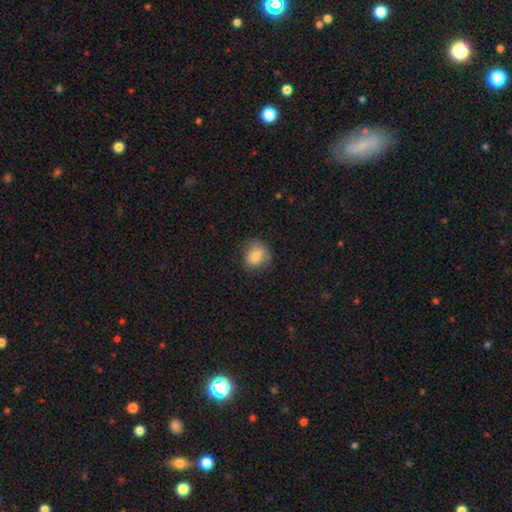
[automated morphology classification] Overall: smooth (79%). How rounded: round (67%; in between 31%). Merging: none (75%).